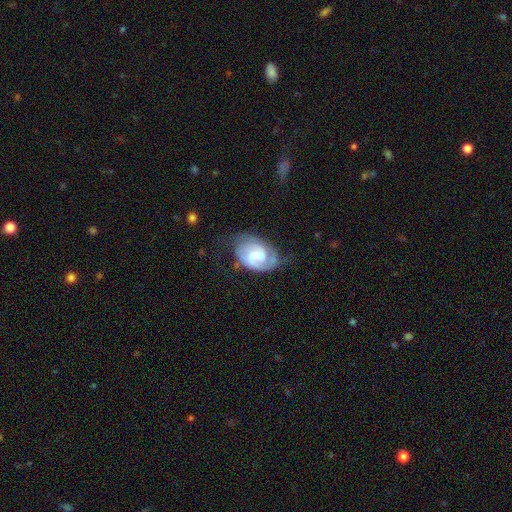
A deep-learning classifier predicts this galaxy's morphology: smooth_or_featured: featured or disk (p=0.74) [alt: smooth p=0.20]
disk_edge_on: no (p=0.98) [alt: yes p=0.02]
bar: weak (p=0.53) [alt: no p=0.33]
has_spiral_arms: yes (p=0.93) [alt: no p=0.07]
spiral_winding: medium (p=0.43) [tied with: tight p=0.43]
spiral_arm_count: 2 (p=0.68) [alt: 1 p=0.14]
bulge_size: small (p=0.35) [alt: none p=0.28]
merging: none (p=0.51) [alt: minor disturbance p=0.29]